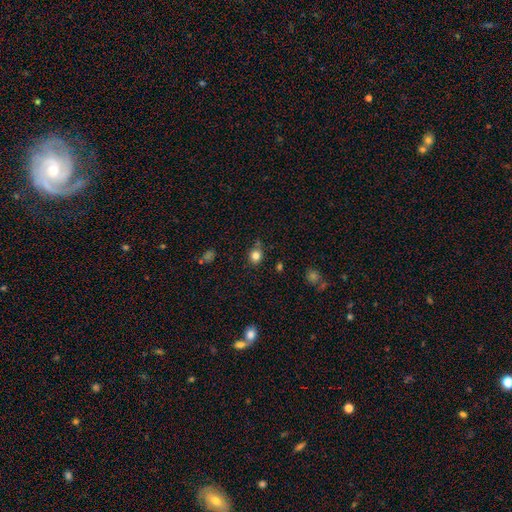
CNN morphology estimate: Smooth or featured: smooth — 82% (star or artifact — 12%)
How rounded: round — 77% (in between — 22%)
Merging: none — 74% (minor disturbance — 18%)